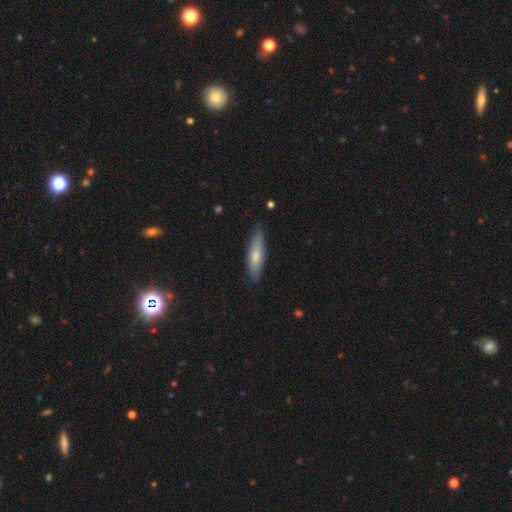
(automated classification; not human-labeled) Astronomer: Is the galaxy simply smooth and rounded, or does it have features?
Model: smooth — 72%.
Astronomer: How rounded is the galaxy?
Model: cigar-shaped — 70%.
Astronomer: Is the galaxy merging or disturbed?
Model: none — 83%.